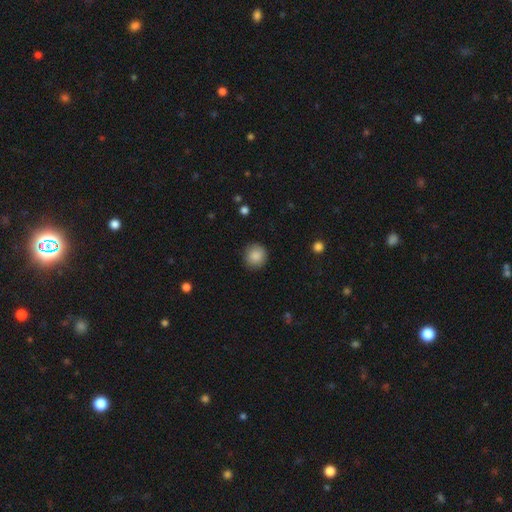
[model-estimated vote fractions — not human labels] smooth-or-featured: smooth: 88% | star or artifact: 8% | featured or disk: 4%
  how-rounded: round: 92% | in between: 7% | cigar-shaped: 1%
  merging: none: 89% | minor disturbance: 7% | major disturbance: 2% | merger: 1%